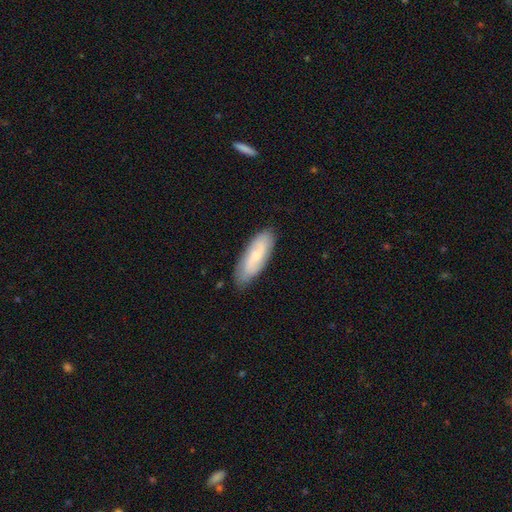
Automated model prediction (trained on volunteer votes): smooth-or-featured: smooth: 50% | featured or disk: 44% | star or artifact: 6%
  merging: none: 82% | minor disturbance: 14% | major disturbance: 3% | merger: 1%